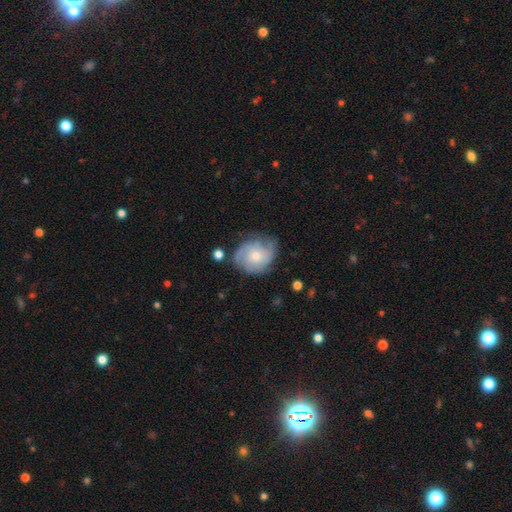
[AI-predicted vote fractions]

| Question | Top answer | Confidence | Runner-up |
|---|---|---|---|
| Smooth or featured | featured or disk | 64% | smooth (29%) |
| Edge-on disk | no | 98% | yes (2%) |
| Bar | no | 79% | weak (19%) |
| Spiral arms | yes | 87% | no (13%) |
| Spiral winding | tight | 51% | medium (36%) |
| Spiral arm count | can't tell | 38% | 3 (23%) |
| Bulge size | moderate | 47% | small (46%) |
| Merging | none | 66% | minor disturbance (23%) |